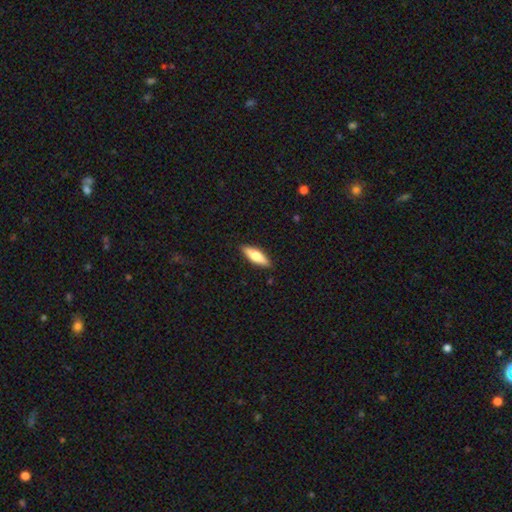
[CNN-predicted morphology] Smooth or featured? Predicted: smooth (p=0.68). How rounded? Predicted: cigar-shaped (p=0.52). Merging? Predicted: none (p=0.88).